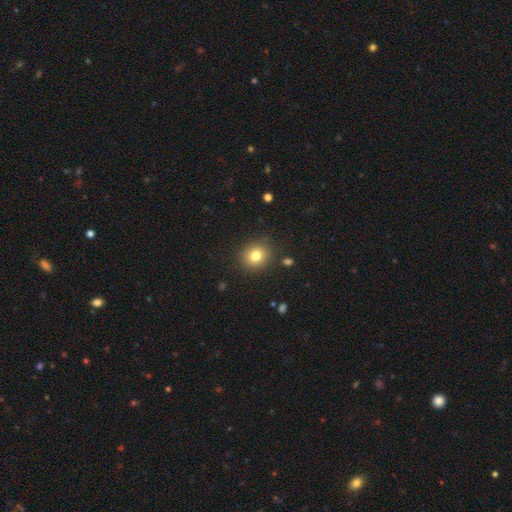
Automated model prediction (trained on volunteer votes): Q: Smooth or featured?
A: smooth (80%); runner-up: star or artifact (12%)
Q: How rounded?
A: round (82%); runner-up: in between (17%)
Q: Merging?
A: none (88%); runner-up: minor disturbance (8%)